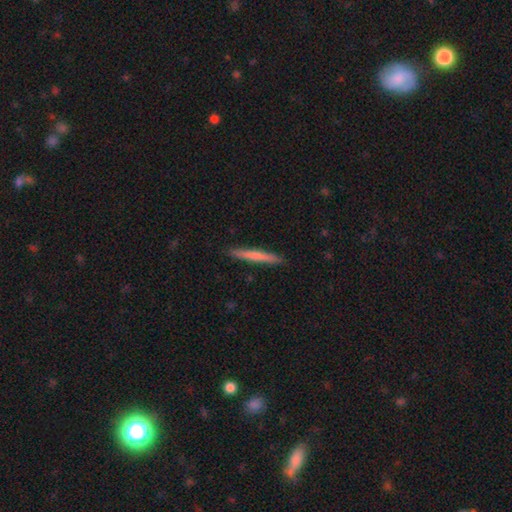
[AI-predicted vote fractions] Smooth or featured? smooth (66%)
How rounded? cigar-shaped (96%)
Merging? none (91%)